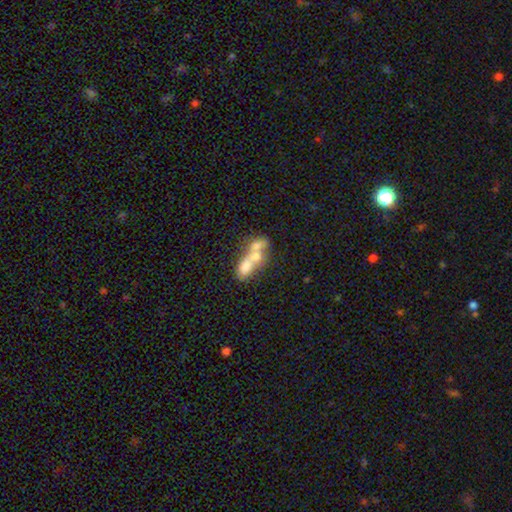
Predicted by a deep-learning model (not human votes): A smooth galaxy with no disk features (57%) that is in between round and cigar-shaped (66%).

Vote fractions:
- Smooth or featured? smooth: 57% / featured or disk: 33% / star or artifact: 10%
- How rounded? in between: 66% / round: 24% / cigar-shaped: 10%
- Merging? merger: 73% / none: 15% / major disturbance: 6% / minor disturbance: 6%